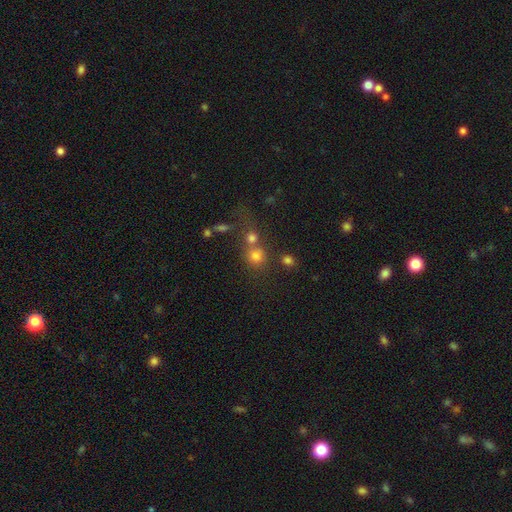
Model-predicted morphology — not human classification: type=smooth (73%); roundness=round (85%); merging=none (49%).